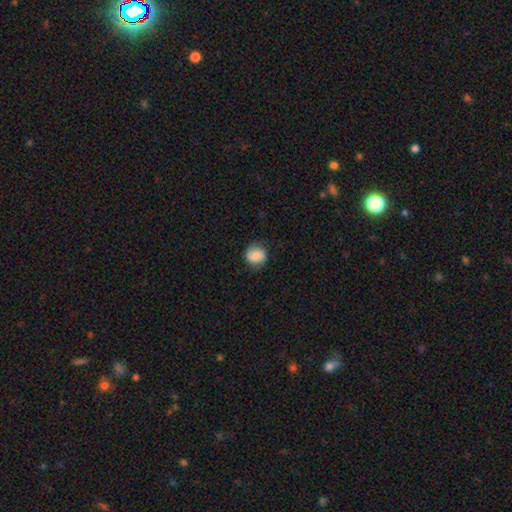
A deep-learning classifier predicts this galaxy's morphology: Smooth or featured?
  - smooth: 66% *
  - featured or disk: 25%
  - star or artifact: 9%
How rounded?
  - round: 80% *
  - in between: 19%
  - cigar-shaped: 1%
Merging?
  - none: 79% *
  - minor disturbance: 15%
  - major disturbance: 4%
  - merger: 1%